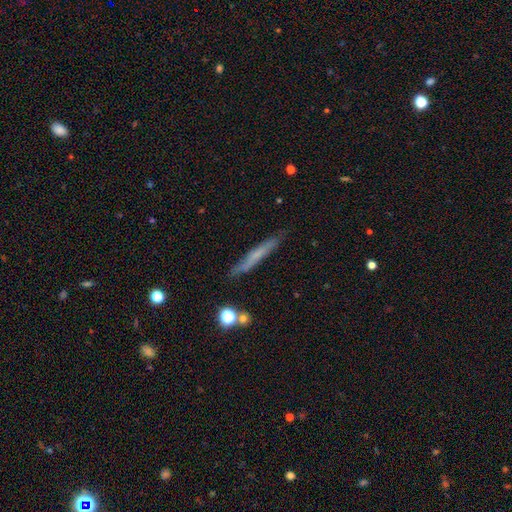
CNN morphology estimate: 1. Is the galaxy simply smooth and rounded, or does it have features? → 49% smooth, 42% featured or disk, 8% star or artifact.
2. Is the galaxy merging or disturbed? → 83% none, 12% minor disturbance, 3% major disturbance, 2% merger.